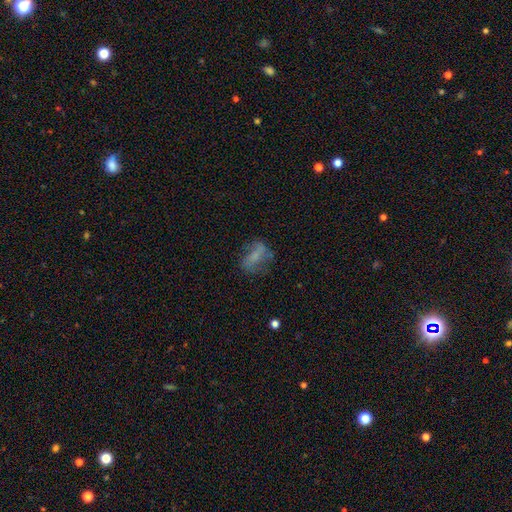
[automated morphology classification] smooth 45%, featured or disk 42%, star or artifact 13%. Down the decision tree: merging — none (52%).